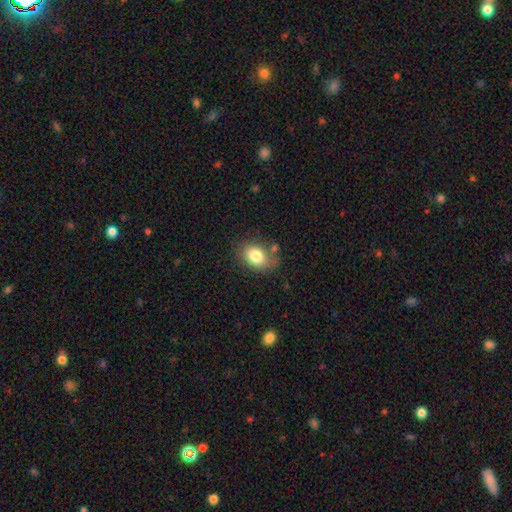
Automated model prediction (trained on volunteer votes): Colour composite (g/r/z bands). It shows a smooth galaxy with no disk features (81%) that is in between round and cigar-shaped (78%). Merging: none (70%).